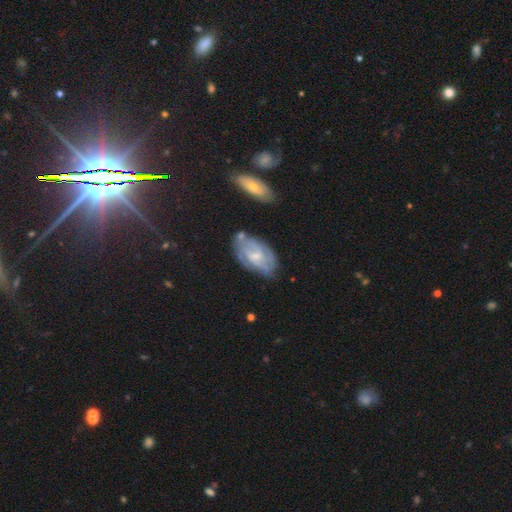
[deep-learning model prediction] Smooth or featured?
  - featured or disk: 69% *
  - smooth: 24%
  - star or artifact: 7%
Edge-on disk?
  - no: 94% *
  - yes: 6%
Bar?
  - weak: 47% *
  - no: 44%
  - strong: 9%
Spiral arms?
  - yes: 81% *
  - no: 19%
Spiral winding?
  - tight: 48% *
  - medium: 37%
  - loose: 15%
Spiral arm count?
  - can't tell: 45% *
  - 2: 26%
  - 3: 15%
  - 4: 6%
  - 1: 4%
  - more than 4: 3%
Bulge size?
  - small: 57% *
  - moderate: 31%
  - none: 9%
  - large: 2%
  - dominant: 1%
Merging?
  - none: 64% *
  - minor disturbance: 22%
  - major disturbance: 8%
  - merger: 6%